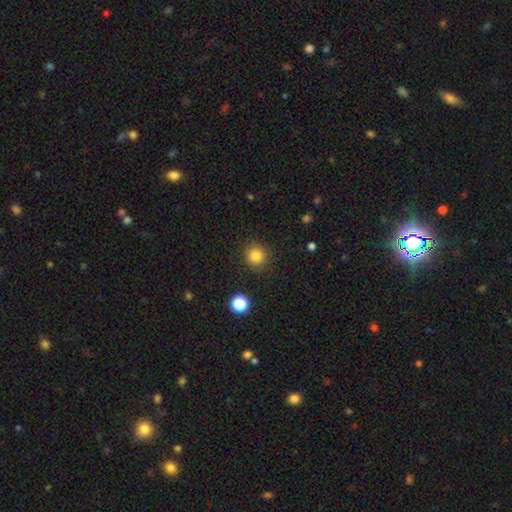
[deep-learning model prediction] Smooth or featured? Predicted: smooth (p=0.83). How rounded? Predicted: round (p=0.94). Merging? Predicted: none (p=0.90).